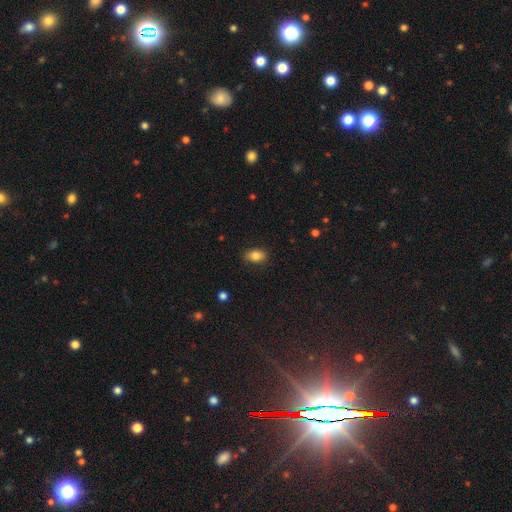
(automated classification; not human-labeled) Morphology: type=smooth (84%); roundness=in between (84%); merging=none (85%).